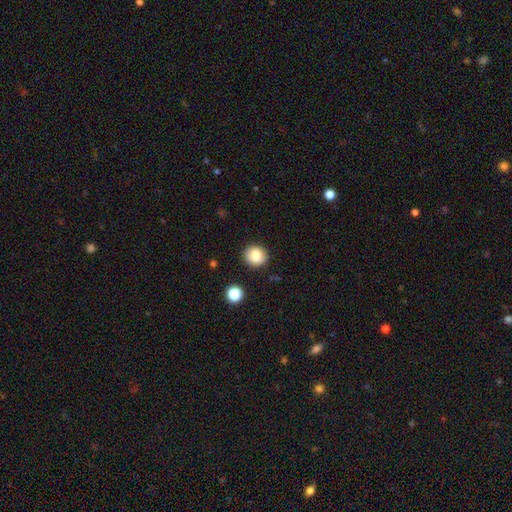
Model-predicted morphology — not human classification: smooth 81%, star or artifact 10%, featured or disk 9%. Down the decision tree: how rounded — round (85%); merging — none (89%).